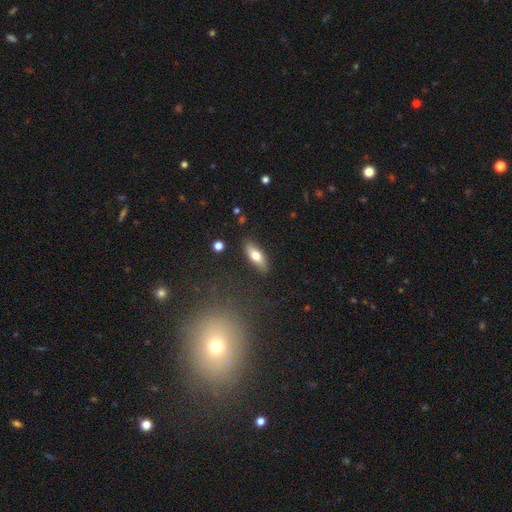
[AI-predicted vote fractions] smooth 69%, featured or disk 25%, star or artifact 6%. Down the decision tree: how rounded — in between (67%); merging — none (86%).